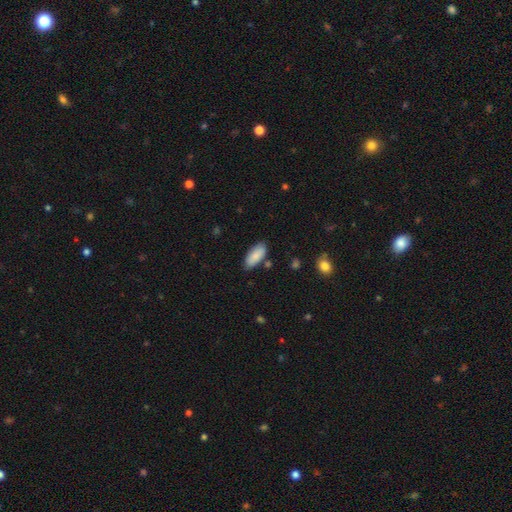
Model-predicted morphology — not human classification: This appears to be a smooth galaxy with no disk features (86%) that is in between round and cigar-shaped (84%). Merging: none (79%).